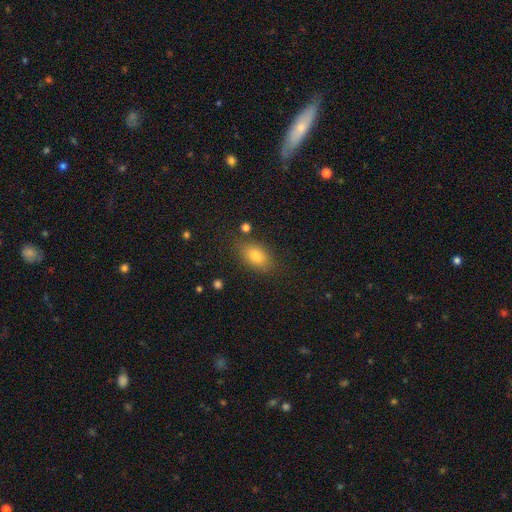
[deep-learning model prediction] Morphology: type=smooth (79%); roundness=in between (86%); merging=none (81%).